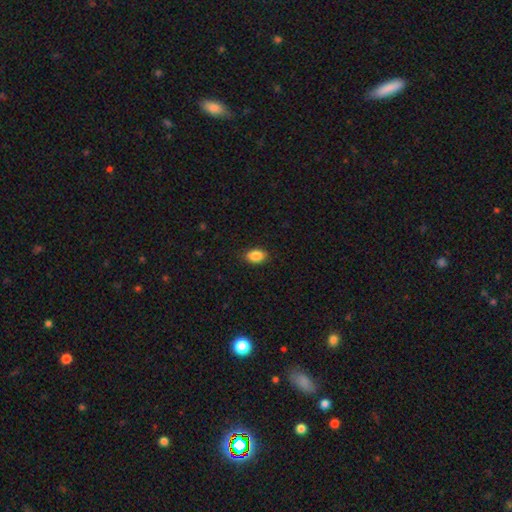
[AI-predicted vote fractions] Smooth or featured?
  - smooth: 88% *
  - star or artifact: 8%
  - featured or disk: 4%
How rounded?
  - in between: 86% *
  - round: 12%
  - cigar-shaped: 1%
Merging?
  - none: 88% *
  - minor disturbance: 9%
  - major disturbance: 2%
  - merger: 1%